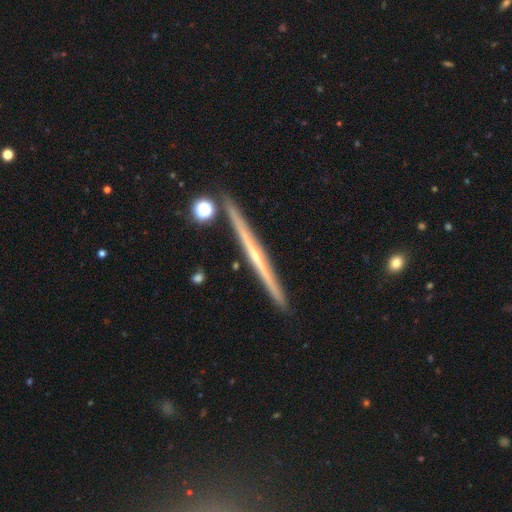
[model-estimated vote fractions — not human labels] smooth-or-featured: featured or disk: 76% | smooth: 18% | star or artifact: 6%
  disk-edge-on: yes: 98% | no: 2%
    edge-on-bulge: none: 55% | rounded: 41% | boxy: 4%
  merging: none: 90% | minor disturbance: 6% | merger: 3% | major disturbance: 1%